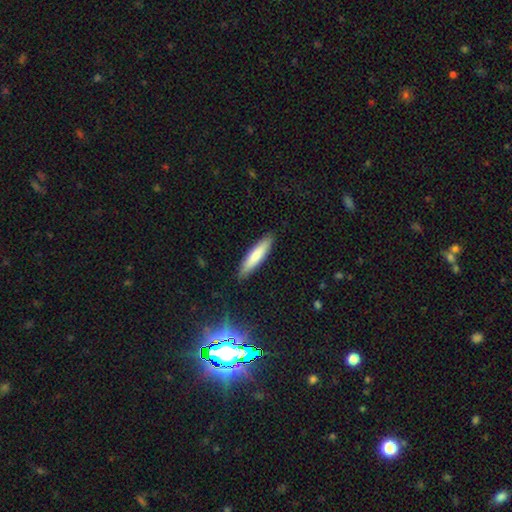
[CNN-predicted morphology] Smooth or featured? Predicted: smooth (p=0.76). How rounded? Predicted: cigar-shaped (p=0.81). Merging? Predicted: none (p=0.88).